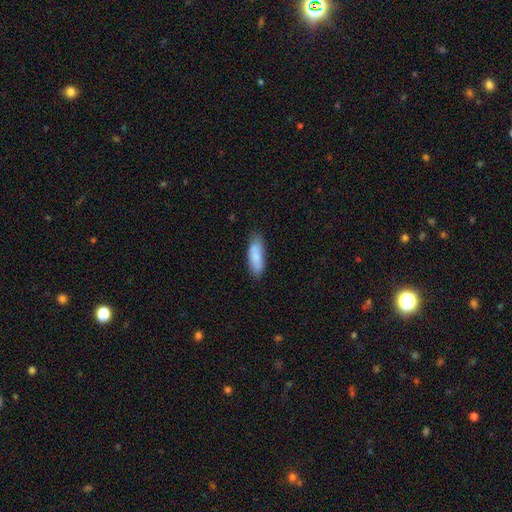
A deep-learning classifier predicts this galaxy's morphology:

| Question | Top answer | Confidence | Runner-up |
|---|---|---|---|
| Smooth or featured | smooth | 83% | featured or disk (11%) |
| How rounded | in between | 63% | cigar-shaped (35%) |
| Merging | none | 75% | minor disturbance (19%) |